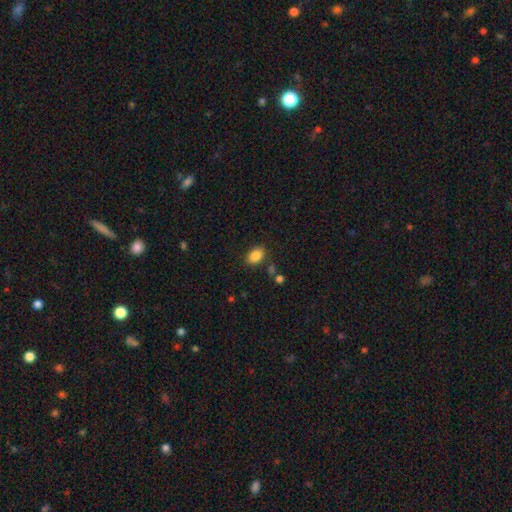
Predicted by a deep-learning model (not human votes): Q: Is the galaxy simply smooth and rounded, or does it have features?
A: smooth — 86%.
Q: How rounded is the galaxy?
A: in between — 82%.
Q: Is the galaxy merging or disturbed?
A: none — 81%.